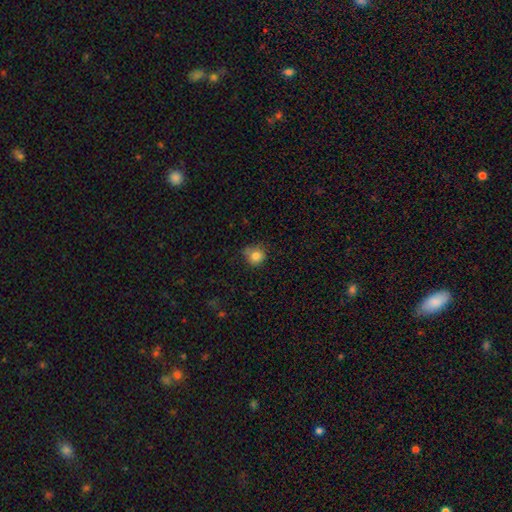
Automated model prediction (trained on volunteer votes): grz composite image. It shows a smooth galaxy with no disk features (82%) that is round (85%). Merging: none (64%).